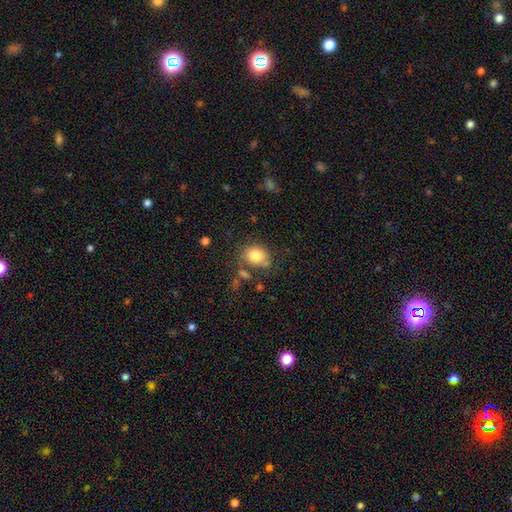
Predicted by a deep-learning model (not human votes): A smooth galaxy with no disk features (81%) that is round (61%).

Vote fractions:
- Smooth or featured? smooth: 81% / star or artifact: 10% / featured or disk: 9%
- How rounded? round: 61% / in between: 38% / cigar-shaped: 1%
- Merging? none: 62% / minor disturbance: 20% / merger: 10% / major disturbance: 8%